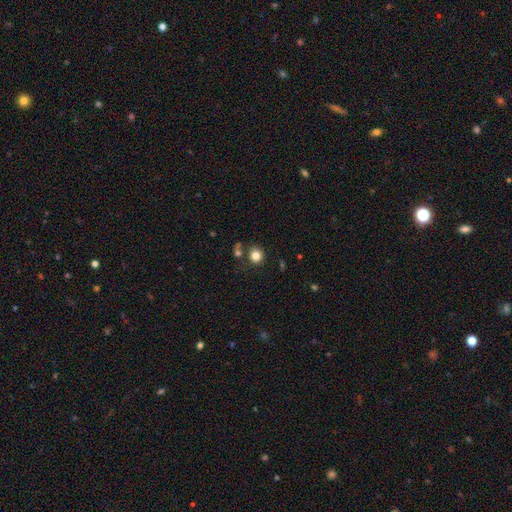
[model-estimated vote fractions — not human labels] smooth 81%, star or artifact 12%, featured or disk 7%. Down the decision tree: how rounded — round (86%); merging — none (76%).